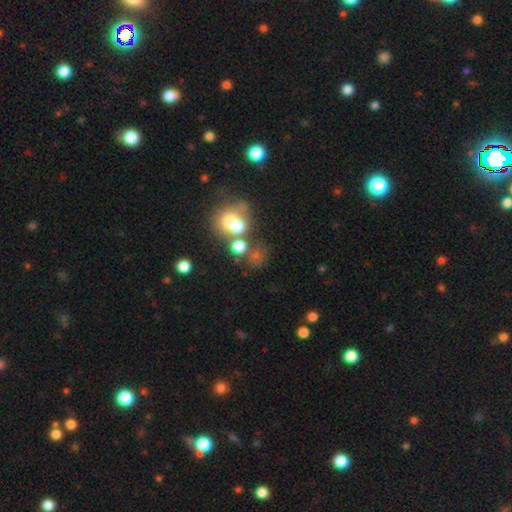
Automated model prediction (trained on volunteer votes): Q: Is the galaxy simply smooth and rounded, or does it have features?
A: smooth — 56%.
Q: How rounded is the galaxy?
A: round — 71%.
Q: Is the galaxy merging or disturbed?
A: none — 41%.